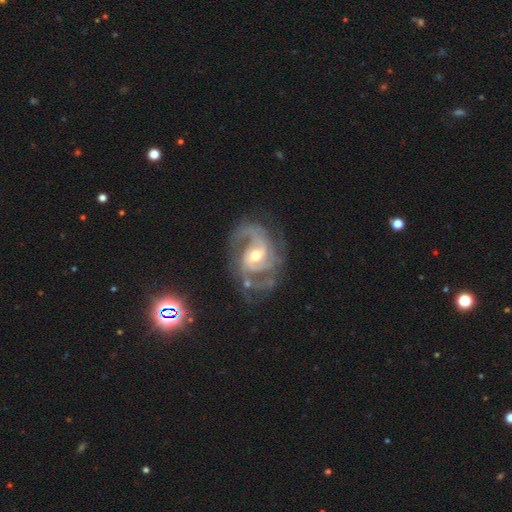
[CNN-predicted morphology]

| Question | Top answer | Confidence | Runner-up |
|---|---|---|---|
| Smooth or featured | featured or disk | 91% | star or artifact (5%) |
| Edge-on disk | no | 98% | yes (2%) |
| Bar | weak | 47% | no (38%) |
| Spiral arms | yes | 98% | no (2%) |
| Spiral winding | medium | 51% | tight (35%) |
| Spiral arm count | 2 | 55% | 3 (22%) |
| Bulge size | moderate | 65% | small (29%) |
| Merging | none | 63% | minor disturbance (20%) |